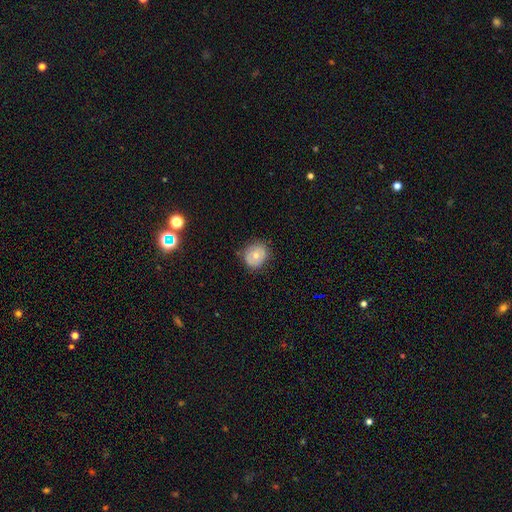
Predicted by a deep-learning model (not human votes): Smooth or featured? Predicted: smooth (p=0.62). How rounded? Predicted: round (p=0.73). Merging? Predicted: none (p=0.76).